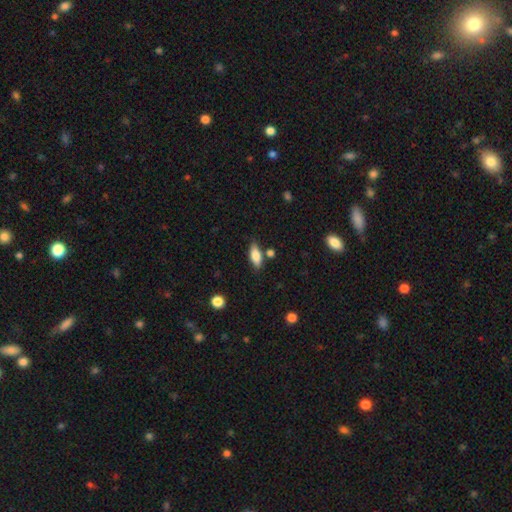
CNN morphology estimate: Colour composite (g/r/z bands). It shows a smooth galaxy with no disk features (77%) that is in between round and cigar-shaped (74%). Merging: none (76%).